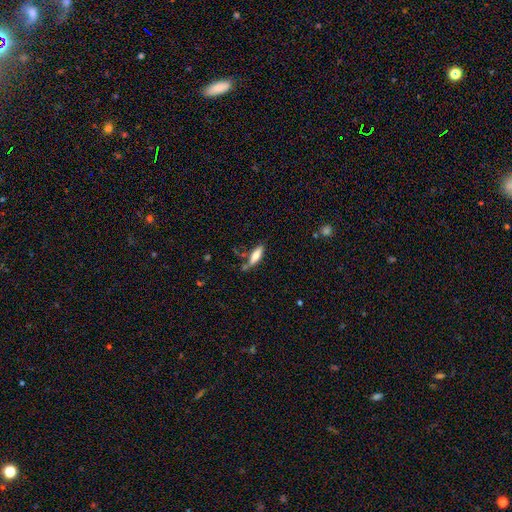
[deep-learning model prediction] A smooth galaxy with no disk features (69%) that is cigar-shaped (58%).

Vote fractions:
- Smooth or featured? smooth: 69% / featured or disk: 24% / star or artifact: 7%
- How rounded? cigar-shaped: 58% / in between: 40% / round: 2%
- Merging? none: 58% / minor disturbance: 23% / merger: 11% / major disturbance: 8%